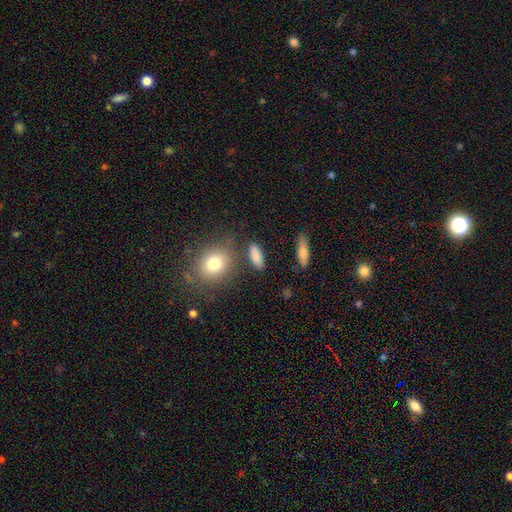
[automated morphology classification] The model was most divided on "how rounded": in between: 67%, cigar-shaped: 25%, round: 7%. More confident: smooth or featured — smooth (84%); merging — none (82%).